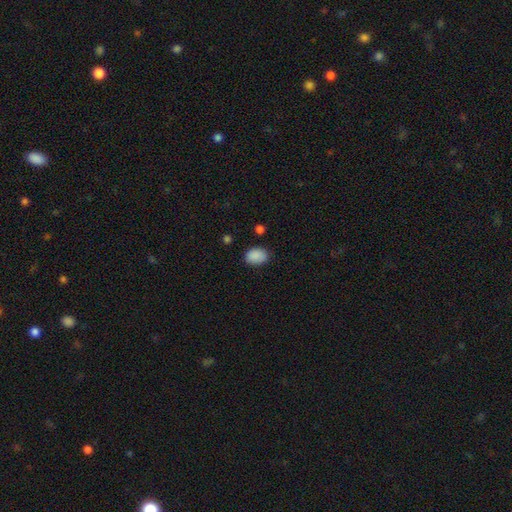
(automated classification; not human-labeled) Smooth or featured? smooth (89%)
How rounded? in between (70%)
Merging? none (81%)